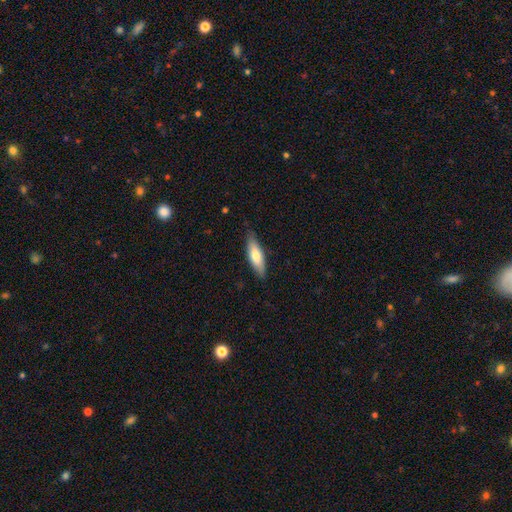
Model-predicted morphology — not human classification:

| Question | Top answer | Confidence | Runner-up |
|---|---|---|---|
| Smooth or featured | smooth | 69% | featured or disk (26%) |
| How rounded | in between | 50% | cigar-shaped (48%) |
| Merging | none | 81% | minor disturbance (15%) |